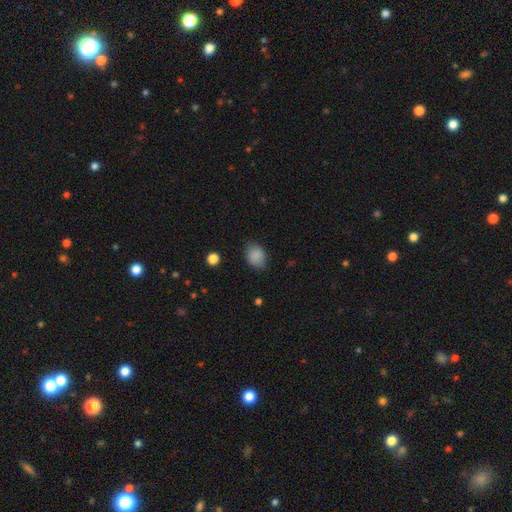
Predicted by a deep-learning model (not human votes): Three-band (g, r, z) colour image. It shows a smooth galaxy with no disk features (87%) that is in between round and cigar-shaped (67%). Merging: none (78%).